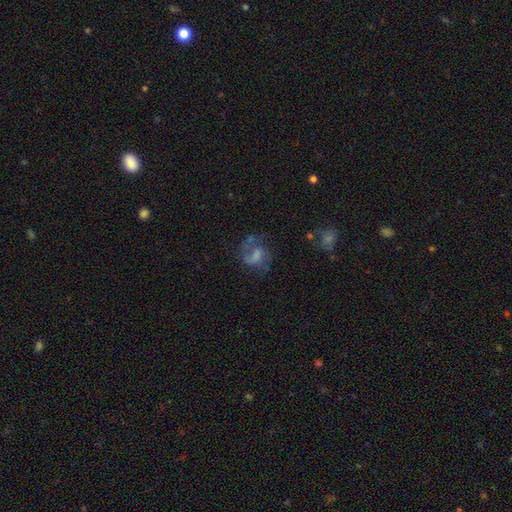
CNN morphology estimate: A featured or disk galaxy (51%) with no bar (51%), spiral arms (66%) and no central bulge (42%).

Vote fractions:
- Smooth or featured? featured or disk: 51% / smooth: 37% / star or artifact: 12%
- Edge-on disk? no: 98% / yes: 2%
- Bar? no: 51% / weak: 38% / strong: 11%
- Spiral arms? yes: 66% / no: 34%
- Bulge size? none: 42% / moderate: 25% / small: 20% / large: 12% / dominant: 2%
- Merging? none: 37% / major disturbance: 35% / minor disturbance: 20% / merger: 7%